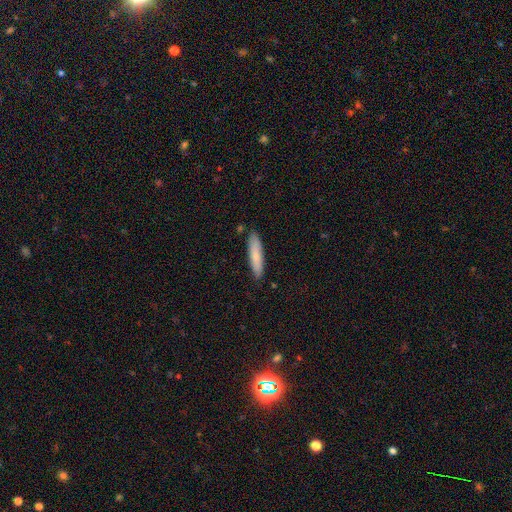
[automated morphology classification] A smooth galaxy with no disk features (78%) that is cigar-shaped (82%).

Vote fractions:
- Smooth or featured? smooth: 78% / featured or disk: 17% / star or artifact: 6%
- How rounded? cigar-shaped: 82% / in between: 16% / round: 1%
- Merging? none: 86% / minor disturbance: 10% / merger: 2% / major disturbance: 2%